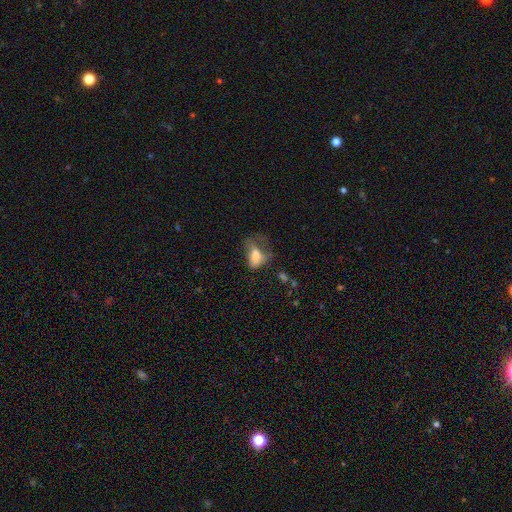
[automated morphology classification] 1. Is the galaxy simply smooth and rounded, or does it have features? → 69% smooth, 20% featured or disk, 11% star or artifact.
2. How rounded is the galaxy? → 86% in between, 10% round, 4% cigar-shaped.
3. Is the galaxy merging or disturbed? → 53% major disturbance, 23% minor disturbance, 19% none, 5% merger.